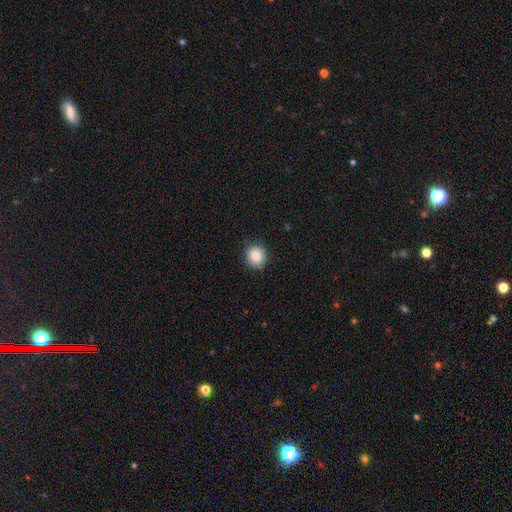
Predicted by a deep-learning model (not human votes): Overall: smooth (86%). How rounded: round (85%). Merging: none (85%).